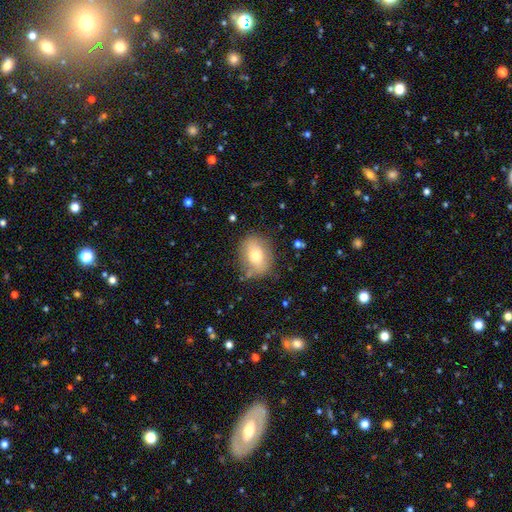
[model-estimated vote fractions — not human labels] A smooth galaxy with no disk features (70%) that is in between round and cigar-shaped (56%).

Vote fractions:
- Smooth or featured? smooth: 70% / featured or disk: 21% / star or artifact: 9%
- How rounded? in between: 56% / round: 43% / cigar-shaped: 2%
- Merging? none: 75% / minor disturbance: 17% / major disturbance: 5% / merger: 3%